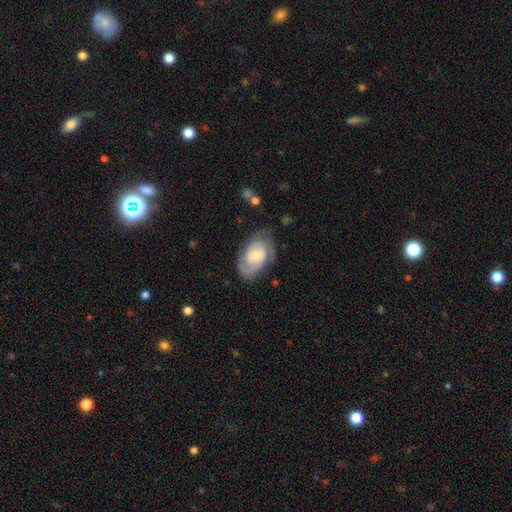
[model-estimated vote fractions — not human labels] Smooth or featured? featured or disk (71%)
Edge-on disk? no (96%)
Bar? no (56%)
Spiral arms? yes (92%)
Spiral winding? tight (48%)
Spiral arm count? 2 (63%)
Bulge size? small (45%)
Merging? none (65%)